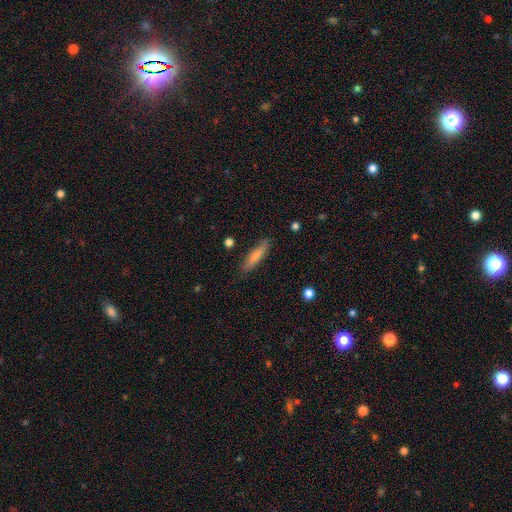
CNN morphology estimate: Smooth or featured?
  - smooth: 65% *
  - featured or disk: 29%
  - star or artifact: 7%
How rounded?
  - cigar-shaped: 84% *
  - in between: 14%
  - round: 2%
Merging?
  - none: 86% *
  - minor disturbance: 10%
  - major disturbance: 2%
  - merger: 1%